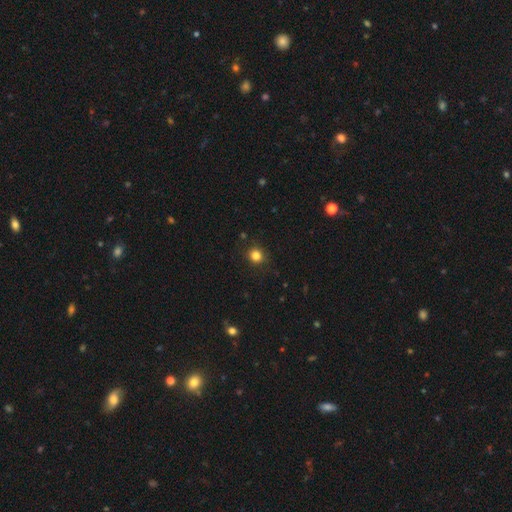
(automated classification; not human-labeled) smooth_or_featured: smooth (p=0.83) [alt: star or artifact p=0.13]
how_rounded: round (p=0.89) [alt: in between p=0.10]
merging: none (p=0.89) [alt: minor disturbance p=0.07]